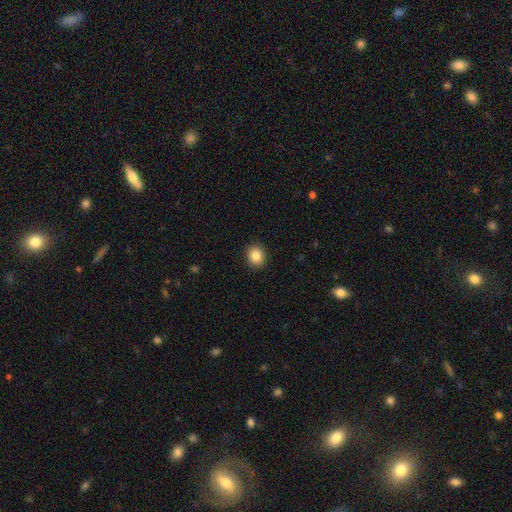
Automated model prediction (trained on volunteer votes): This appears to be a smooth galaxy with no disk features (86%) that is round (72%). Merging: none (91%).